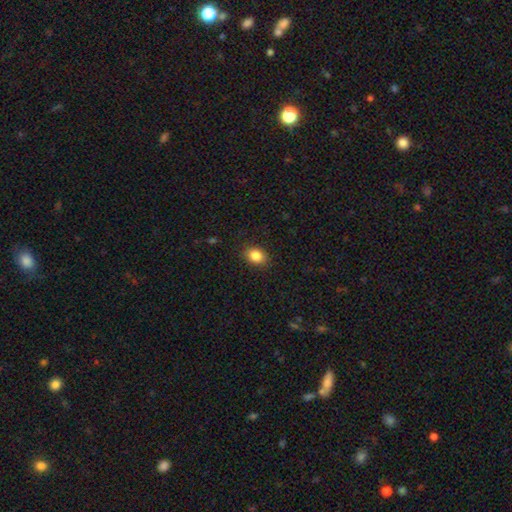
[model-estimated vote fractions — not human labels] Q: Smooth or featured?
A: smooth (86%); runner-up: star or artifact (9%)
Q: How rounded?
A: in between (65%); runner-up: round (34%)
Q: Merging?
A: none (88%); runner-up: minor disturbance (8%)